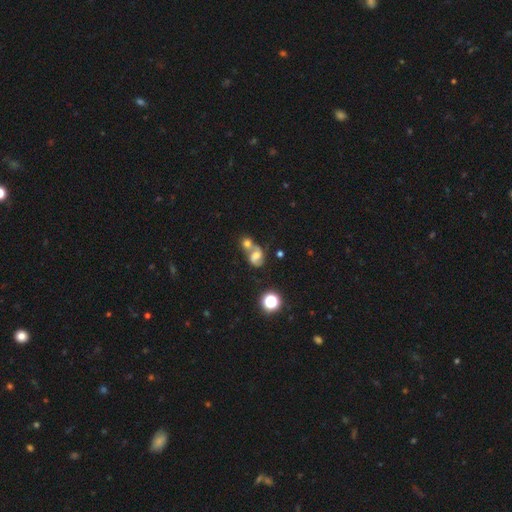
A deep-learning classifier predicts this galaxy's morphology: Smooth or featured?
  - featured or disk: 45% *
  - smooth: 40%
  - star or artifact: 15%
Merging?
  - merger: 56% *
  - none: 27%
  - minor disturbance: 10%
  - major disturbance: 7%